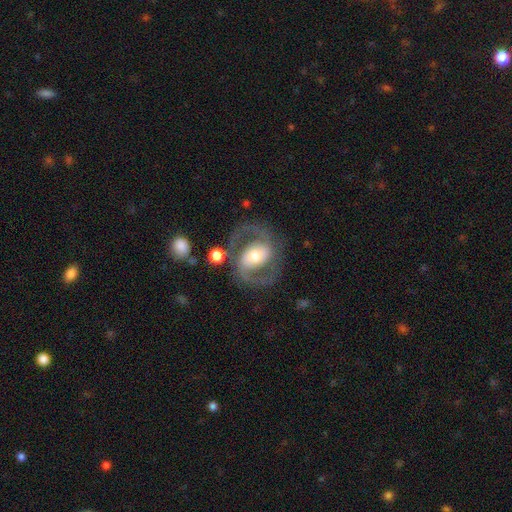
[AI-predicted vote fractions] Overall: featured or disk (87%). Edge-on disk: no (97%). Bar: weak (38%; strong 36%). Spiral arms: yes (95%). Spiral arm count: 2 (92%). Spiral winding: medium (59%; tight 27%). Bulge size: moderate (60%; small 23%). Merging: none (78%).